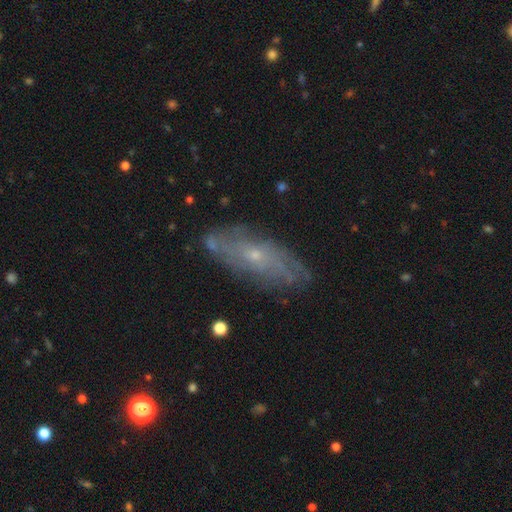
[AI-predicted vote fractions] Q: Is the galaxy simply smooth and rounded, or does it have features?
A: featured or disk — 67%.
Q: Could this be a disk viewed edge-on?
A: no — 81%.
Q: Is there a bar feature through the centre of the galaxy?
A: no — 80%.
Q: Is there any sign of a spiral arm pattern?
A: yes — 71%.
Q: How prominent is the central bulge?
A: small — 77%.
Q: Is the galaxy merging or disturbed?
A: none — 78%.